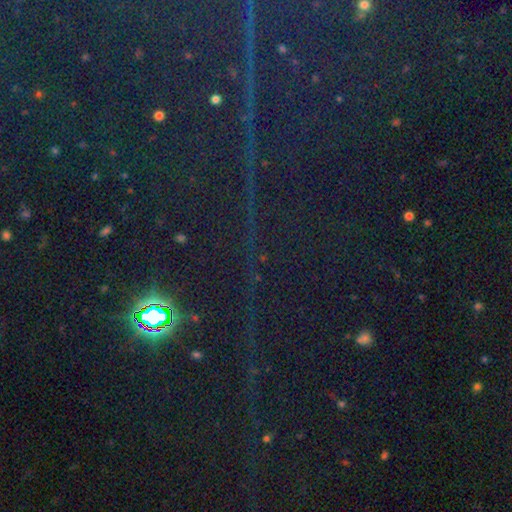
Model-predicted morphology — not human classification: smooth-or-featured: star or artifact: 87% | smooth: 7% | featured or disk: 6%